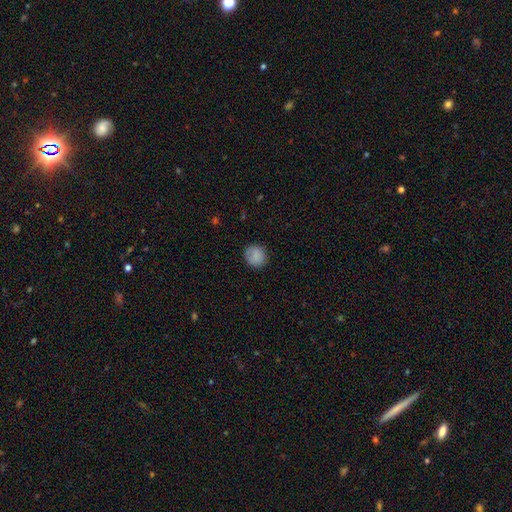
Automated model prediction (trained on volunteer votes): A smooth galaxy with no disk features (85%) that is round (88%). Merging: none (86%).